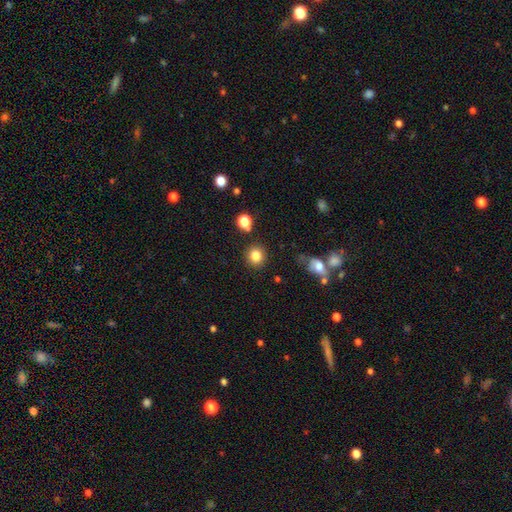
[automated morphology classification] smooth-or-featured: smooth: 83% | star or artifact: 11% | featured or disk: 6%
  how-rounded: round: 87% | in between: 12% | cigar-shaped: 1%
  merging: none: 85% | minor disturbance: 8% | merger: 4% | major disturbance: 3%